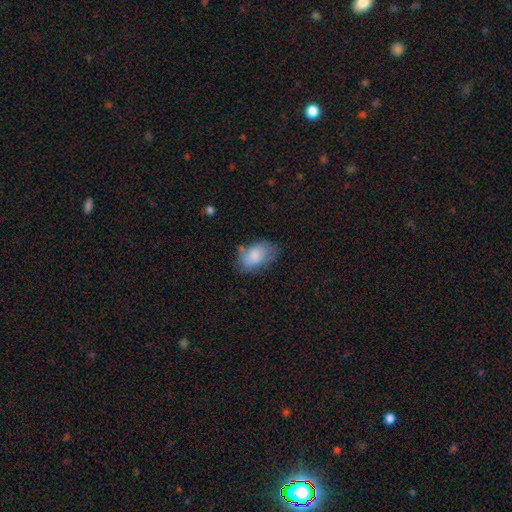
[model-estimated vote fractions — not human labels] Smooth or featured: smooth — 80% (featured or disk — 13%)
How rounded: in between — 90% (round — 9%)
Merging: none — 57% (minor disturbance — 30%)